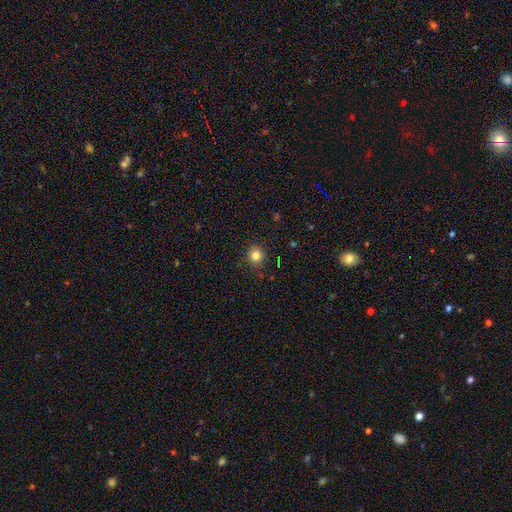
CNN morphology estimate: Smooth or featured? smooth (83%)
How rounded? round (91%)
Merging? none (90%)